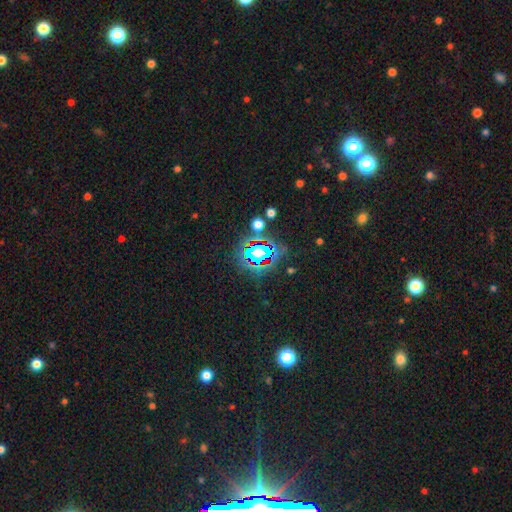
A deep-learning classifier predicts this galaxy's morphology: A star or artifact, not a galaxy (82%).

Vote fractions:
- Smooth or featured? star or artifact: 82% / smooth: 11% / featured or disk: 7%